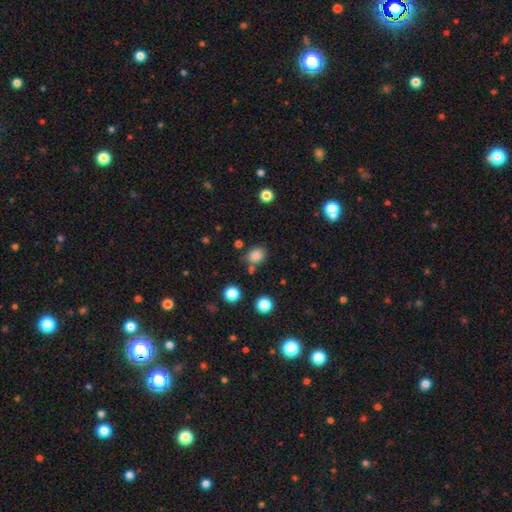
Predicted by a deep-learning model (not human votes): A smooth galaxy with no disk features (82%) that is round (55%). Merging: none (71%).